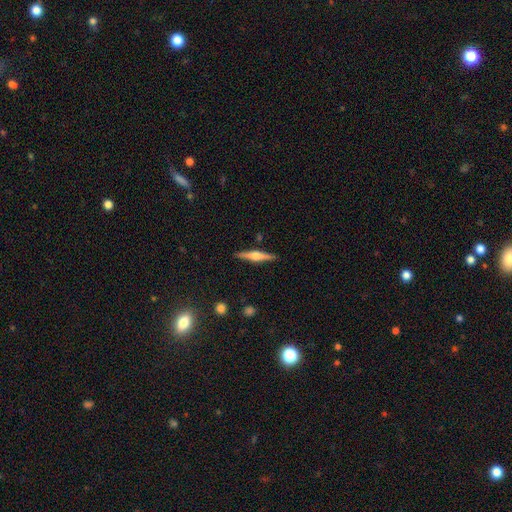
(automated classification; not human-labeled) Morphology: type=featured or disk (66%); edge-on=yes (98%); edge-on bulge=rounded (80%); merging=none (90%).